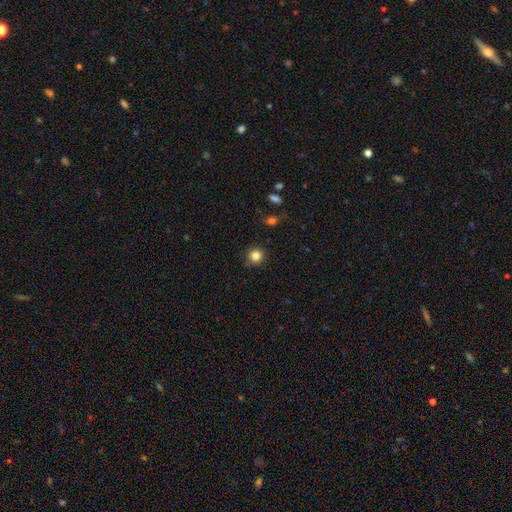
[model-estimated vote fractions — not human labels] A smooth galaxy with no disk features (84%) that is round (93%). Merging: none (85%).